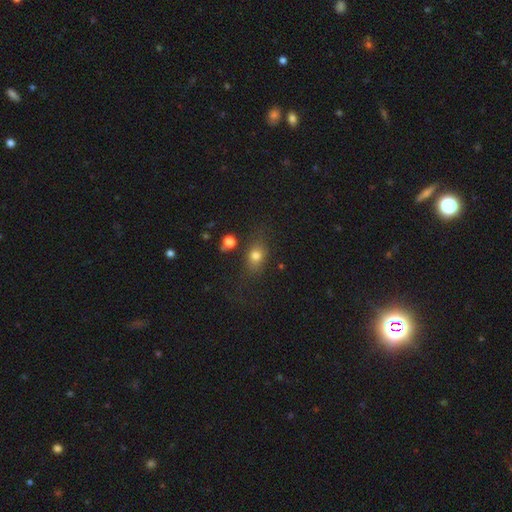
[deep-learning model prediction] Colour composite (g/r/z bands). It shows a smooth galaxy with no disk features (74%) that is in between round and cigar-shaped (60%). Merging: none (66%).